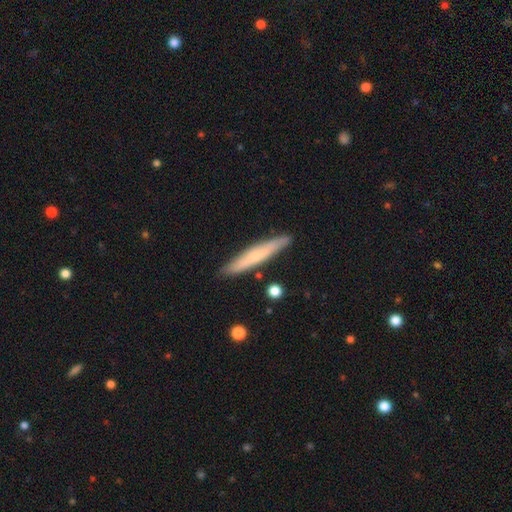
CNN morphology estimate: A smooth galaxy with no disk features (55%) that is cigar-shaped (94%). Merging: none (87%).